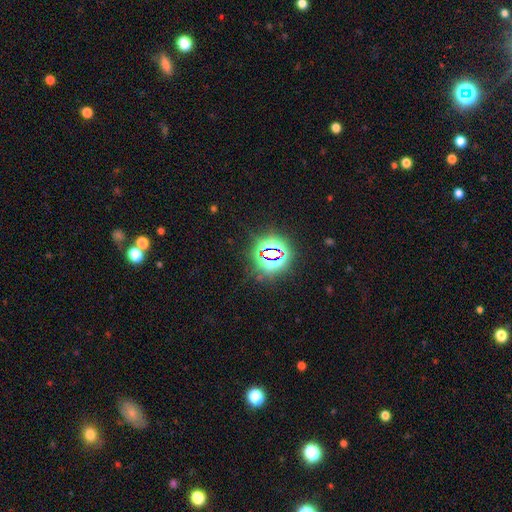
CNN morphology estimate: A star or artifact, not a galaxy (80%).

Vote fractions:
- Smooth or featured? star or artifact: 80% / smooth: 14% / featured or disk: 6%